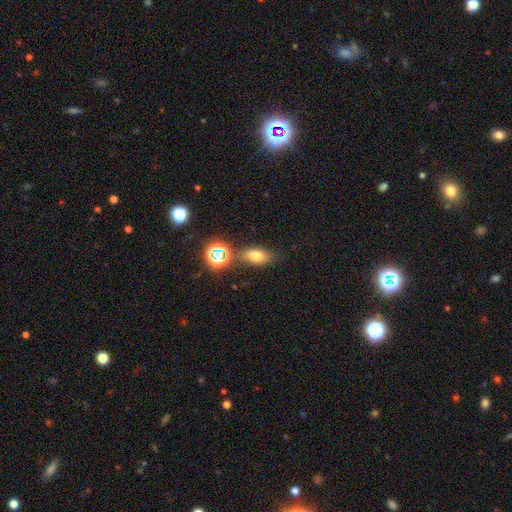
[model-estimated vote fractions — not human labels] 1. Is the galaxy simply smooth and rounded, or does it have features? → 67% smooth, 21% star or artifact, 13% featured or disk.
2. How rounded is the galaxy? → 79% in between, 15% round, 6% cigar-shaped.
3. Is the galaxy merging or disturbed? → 73% none, 14% minor disturbance, 9% merger, 5% major disturbance.